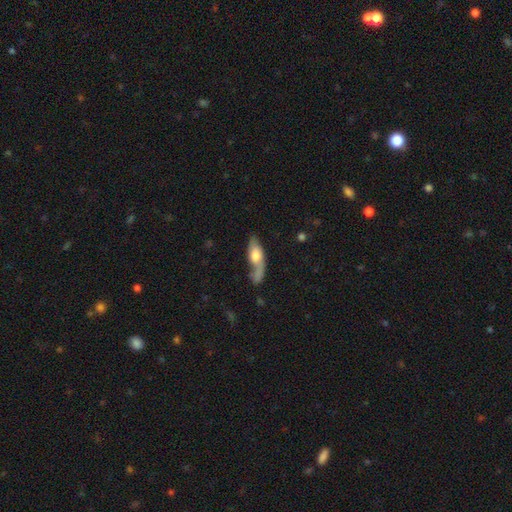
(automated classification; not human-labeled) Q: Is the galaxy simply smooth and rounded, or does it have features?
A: smooth — 50%.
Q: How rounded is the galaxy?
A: in between — 61%.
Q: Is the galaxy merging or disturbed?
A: none — 39%.